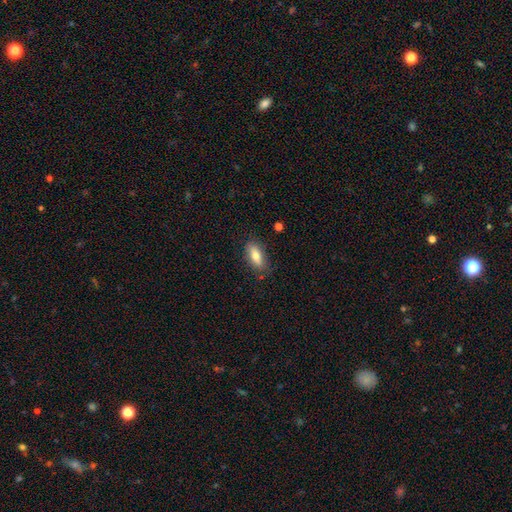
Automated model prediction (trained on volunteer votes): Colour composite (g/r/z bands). It shows a smooth galaxy with no disk features (74%) that is in between round and cigar-shaped (76%). Merging: none (80%).